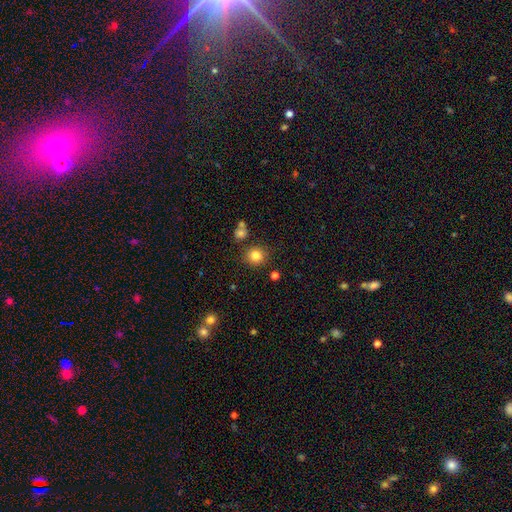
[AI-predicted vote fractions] smooth-or-featured: smooth: 82% | star or artifact: 12% | featured or disk: 6%
  how-rounded: round: 89% | in between: 10% | cigar-shaped: 1%
  merging: none: 83% | minor disturbance: 8% | merger: 6% | major disturbance: 3%